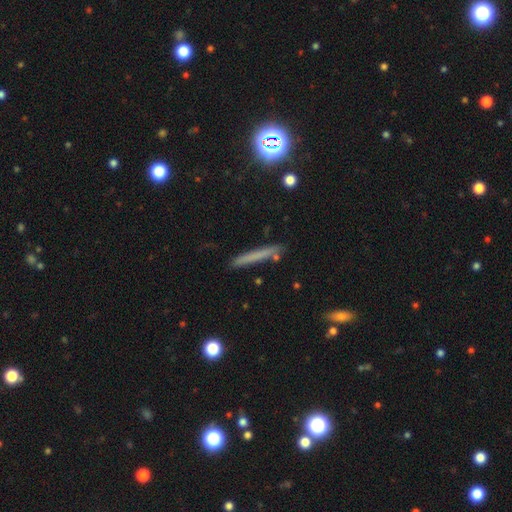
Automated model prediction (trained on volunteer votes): This appears to be a smooth galaxy with no disk features (62%) that is cigar-shaped (96%). Merging: none (85%).